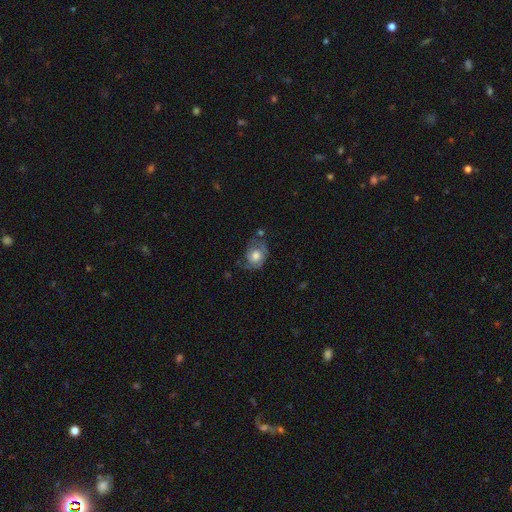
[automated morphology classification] Smooth or featured: featured or disk — 55% (smooth — 37%)
Edge-on disk: no — 96% (yes — 4%)
Bar: no — 78% (weak — 19%)
Spiral arms: yes — 82% (no — 18%)
Bulge size: moderate — 52% (large — 34%)
Merging: none — 48% (minor disturbance — 29%)